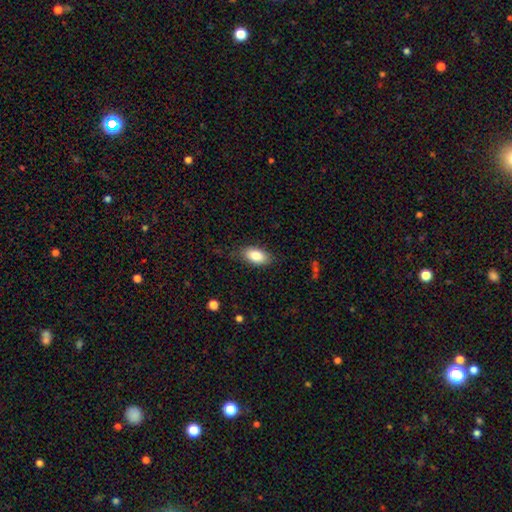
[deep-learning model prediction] smooth 83%, featured or disk 10%, star or artifact 7%. Down the decision tree: how rounded — in between (92%); merging — none (80%).